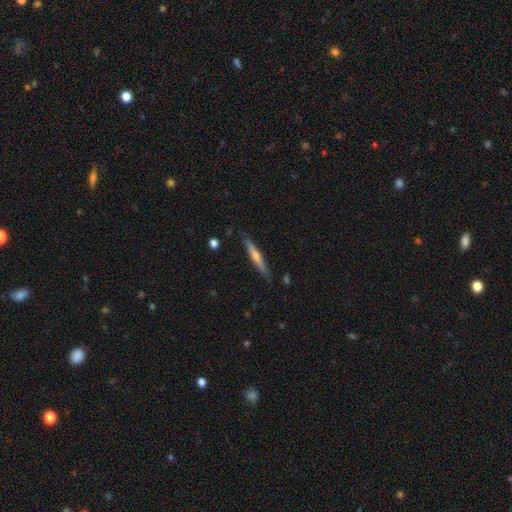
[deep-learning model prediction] Morphology: type=featured or disk (54%); edge-on=yes (96%); edge-on bulge=rounded (70%); merging=none (86%).